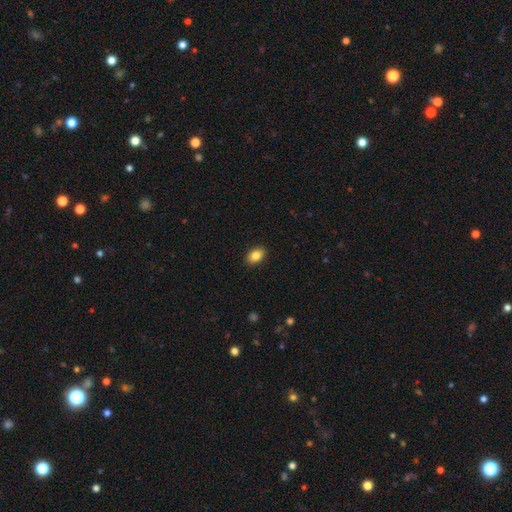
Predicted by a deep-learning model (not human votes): Smooth or featured?
  - smooth: 85% *
  - star or artifact: 8%
  - featured or disk: 7%
How rounded?
  - in between: 87% *
  - round: 12%
  - cigar-shaped: 2%
Merging?
  - none: 90% *
  - minor disturbance: 8%
  - major disturbance: 2%
  - merger: 1%